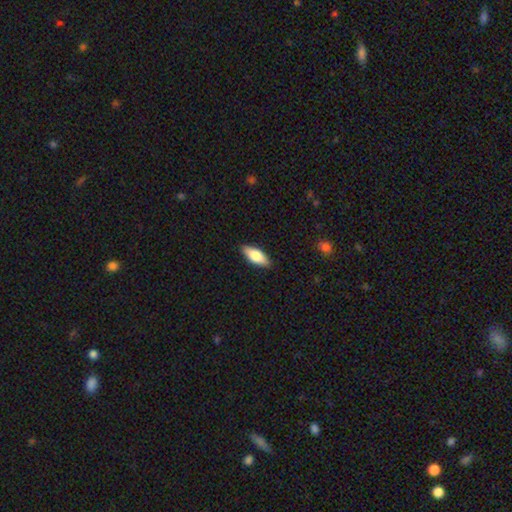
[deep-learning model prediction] Overall: smooth (76%). How rounded: in between (77%). Merging: none (88%).